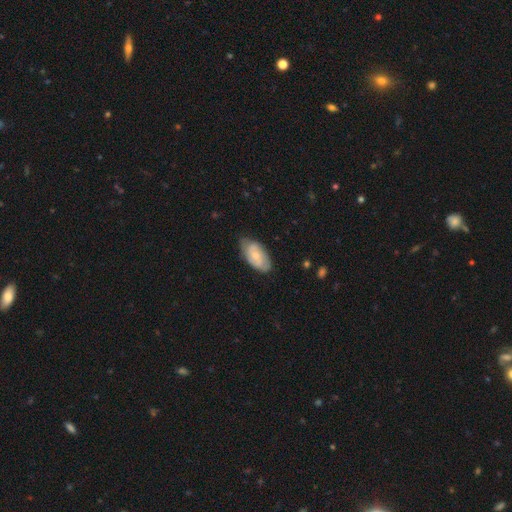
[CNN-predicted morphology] A smooth galaxy with no disk features (49%).

Vote fractions:
- Smooth or featured? smooth: 49% / featured or disk: 45% / star or artifact: 6%
- Merging? none: 70% / minor disturbance: 24% / major disturbance: 4% / merger: 1%